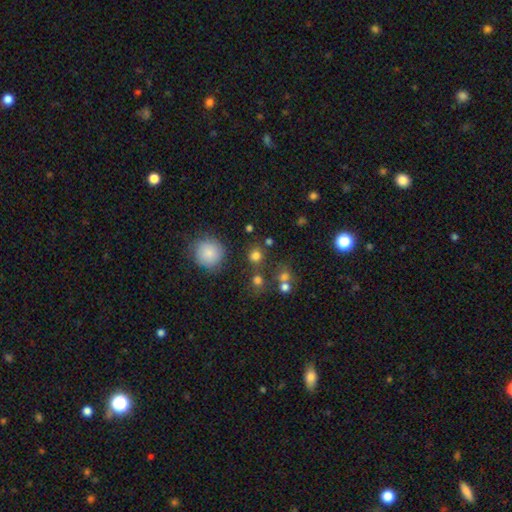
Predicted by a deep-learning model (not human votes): A smooth galaxy with no disk features (78%) that is round (87%).

Vote fractions:
- Smooth or featured? smooth: 78% / star or artifact: 15% / featured or disk: 7%
- How rounded? round: 87% / in between: 12% / cigar-shaped: 1%
- Merging? none: 75% / merger: 11% / minor disturbance: 10% / major disturbance: 4%